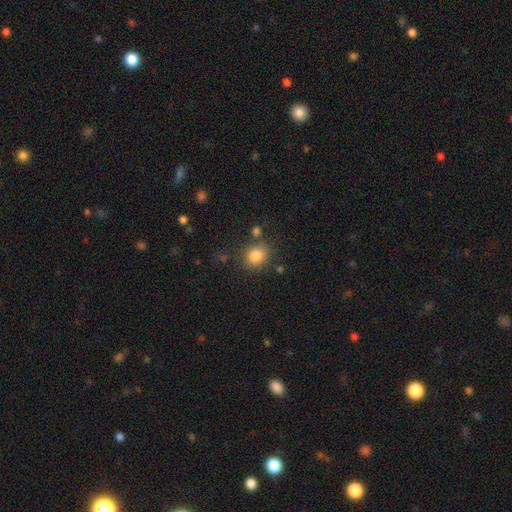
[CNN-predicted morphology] Q: Smooth or featured?
A: smooth (82%); runner-up: star or artifact (11%)
Q: How rounded?
A: round (66%); runner-up: in between (33%)
Q: Merging?
A: none (77%); runner-up: minor disturbance (13%)